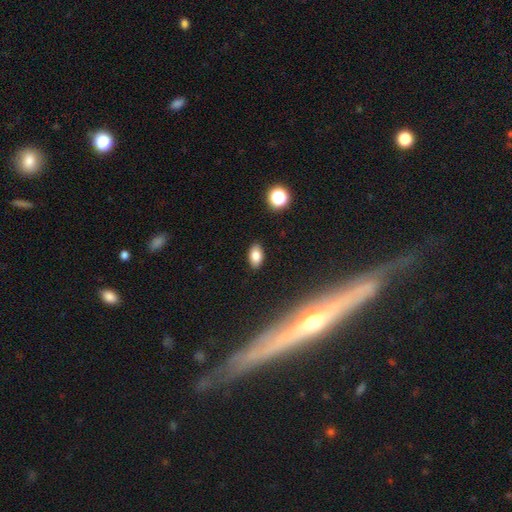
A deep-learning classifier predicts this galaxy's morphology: Overall: smooth (81%). How rounded: in between (91%). Merging: none (88%).